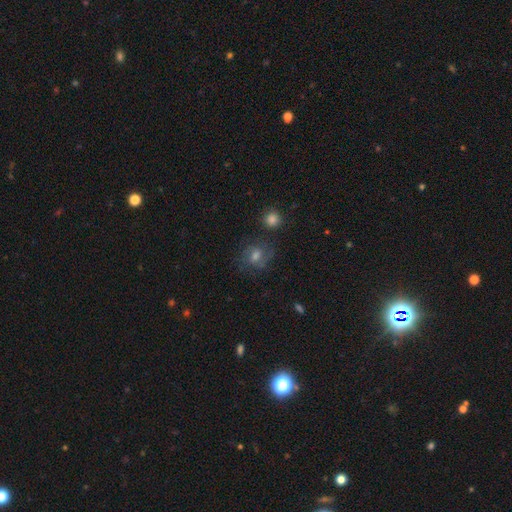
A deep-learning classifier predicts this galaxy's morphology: Overall: featured or disk (41%; smooth 39%). Merging: none (70%).